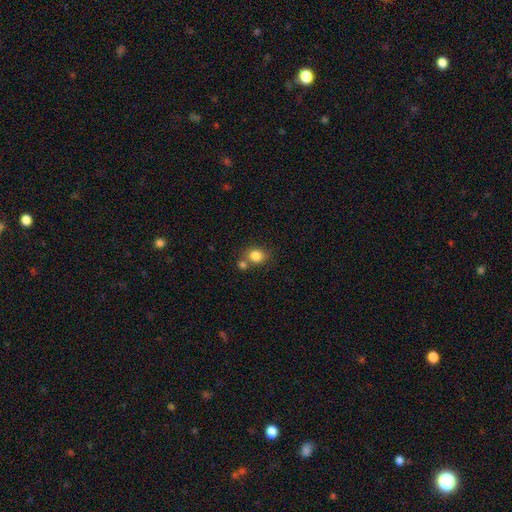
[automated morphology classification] Smooth or featured? smooth (83%)
How rounded? round (67%)
Merging? none (58%)